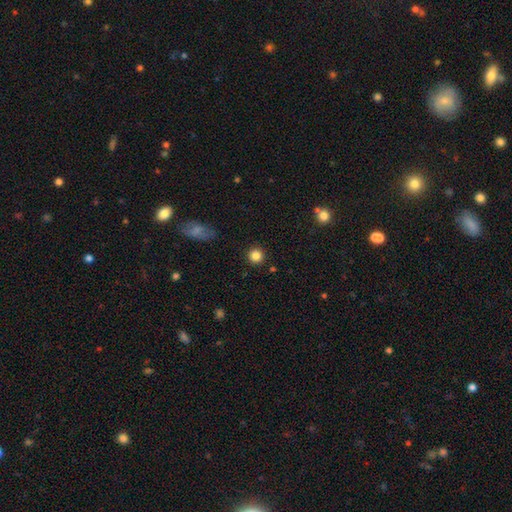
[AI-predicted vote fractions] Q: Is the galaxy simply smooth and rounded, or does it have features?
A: smooth — 84%.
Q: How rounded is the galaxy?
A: round — 94%.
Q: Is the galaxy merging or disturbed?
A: none — 91%.